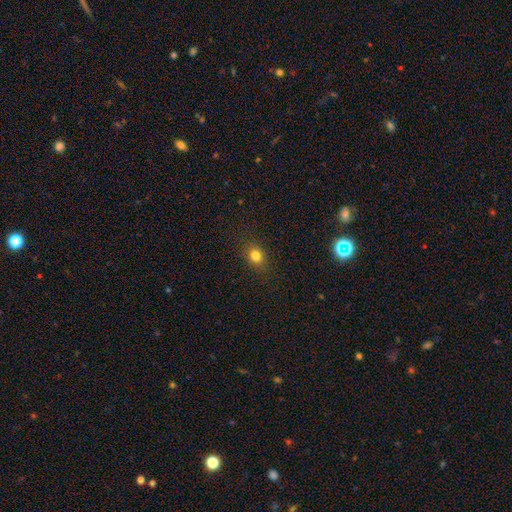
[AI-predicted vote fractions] Q: Smooth or featured?
A: smooth (80%); runner-up: star or artifact (14%)
Q: How rounded?
A: round (59%); runner-up: in between (39%)
Q: Merging?
A: none (86%); runner-up: minor disturbance (10%)